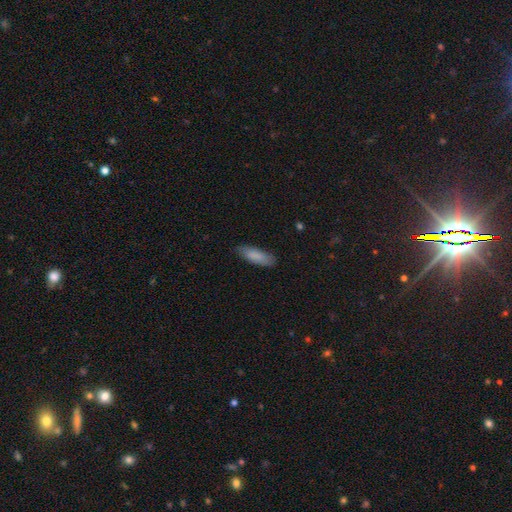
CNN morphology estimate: Smooth or featured? Predicted: smooth (p=0.86). How rounded? Predicted: in between (p=0.50). Merging? Predicted: none (p=0.83).